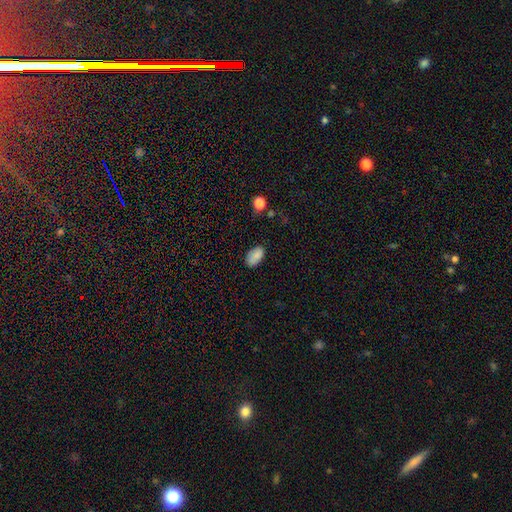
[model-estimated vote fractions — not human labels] Smooth or featured: smooth — 85% (star or artifact — 8%)
How rounded: in between — 93% (round — 5%)
Merging: none — 78% (minor disturbance — 17%)